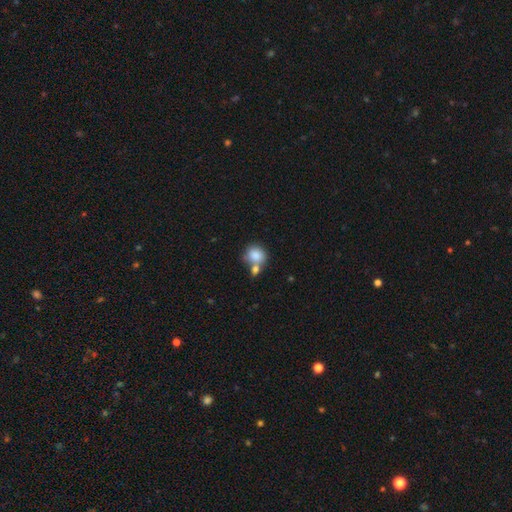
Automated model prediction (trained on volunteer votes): Smooth or featured?
  - smooth: 84% *
  - featured or disk: 8%
  - star or artifact: 8%
How rounded?
  - round: 77% *
  - in between: 22%
  - cigar-shaped: 1%
Merging?
  - none: 43% *
  - merger: 41%
  - minor disturbance: 11%
  - major disturbance: 5%